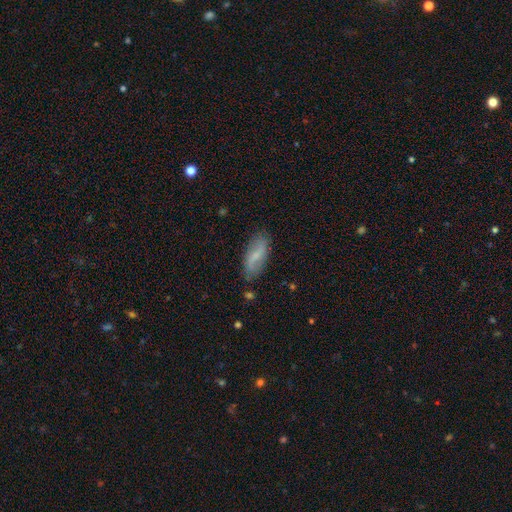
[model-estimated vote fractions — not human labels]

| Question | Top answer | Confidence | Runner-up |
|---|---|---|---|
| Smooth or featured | smooth | 54% | featured or disk (39%) |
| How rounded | in between | 74% | cigar-shaped (23%) |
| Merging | none | 81% | minor disturbance (14%) |